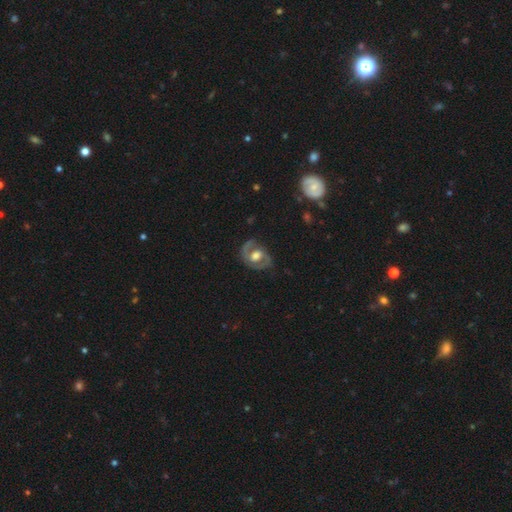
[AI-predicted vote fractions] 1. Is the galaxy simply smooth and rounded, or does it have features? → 74% featured or disk, 20% smooth, 6% star or artifact.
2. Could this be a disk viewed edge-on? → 96% no, 4% yes.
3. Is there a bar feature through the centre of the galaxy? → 51% no, 36% weak, 13% strong.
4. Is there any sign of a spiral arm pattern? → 78% yes, 22% no.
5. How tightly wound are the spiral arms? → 52% medium, 28% tight, 20% loose.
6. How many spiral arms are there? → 85% 2, 7% can't tell, 5% 1, 1% 3, 1% 4, 1% more than 4.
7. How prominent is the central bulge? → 47% moderate, 41% large, 6% small, 3% dominant, 2% none.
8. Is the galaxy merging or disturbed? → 73% none, 18% minor disturbance, 8% major disturbance, 2% merger.